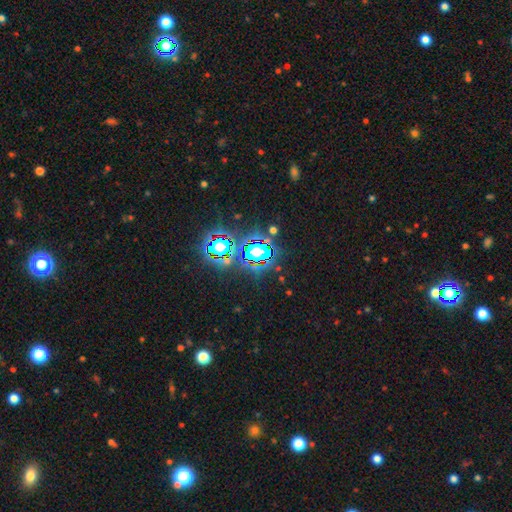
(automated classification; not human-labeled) This is likely a star or artifact rather than a galaxy (80%).